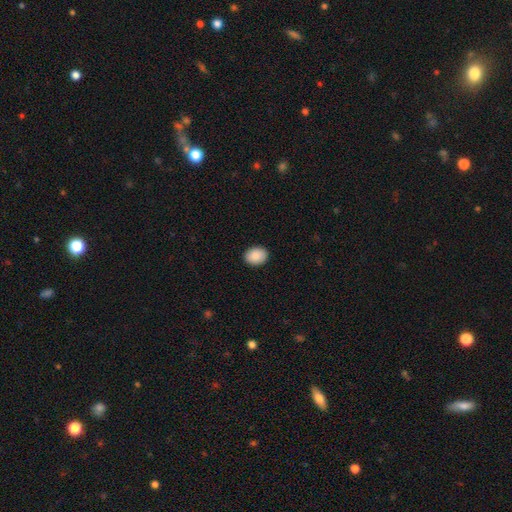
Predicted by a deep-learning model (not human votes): Smooth or featured? smooth (90%)
How rounded? in between (63%)
Merging? none (90%)